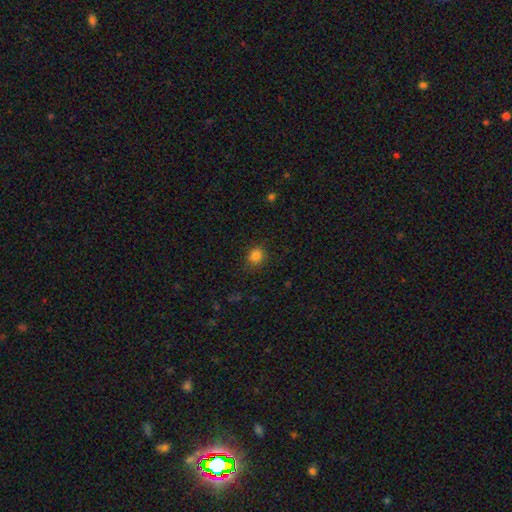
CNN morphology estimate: Overall: smooth (83%). How rounded: round (76%). Merging: none (84%).